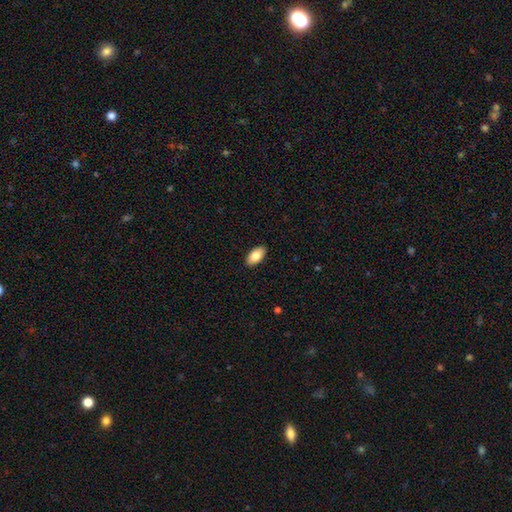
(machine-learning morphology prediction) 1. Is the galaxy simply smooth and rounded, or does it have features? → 83% smooth, 10% featured or disk, 6% star or artifact.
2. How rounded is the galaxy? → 94% in between, 3% cigar-shaped, 3% round.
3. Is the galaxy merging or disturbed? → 90% none, 7% minor disturbance, 2% major disturbance, 1% merger.